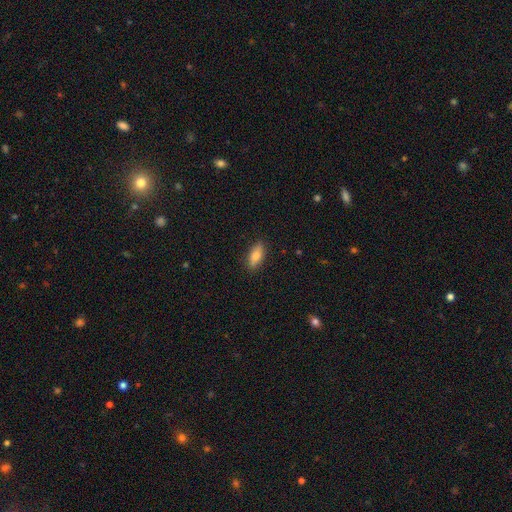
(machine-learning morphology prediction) Q: Smooth or featured?
A: smooth (80%); runner-up: featured or disk (13%)
Q: How rounded?
A: in between (76%); runner-up: cigar-shaped (22%)
Q: Merging?
A: none (86%); runner-up: minor disturbance (11%)